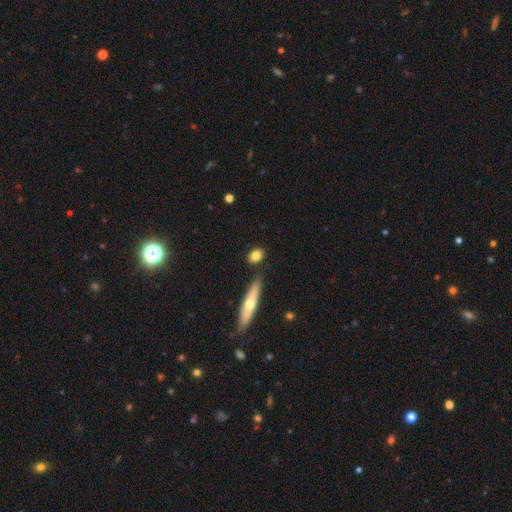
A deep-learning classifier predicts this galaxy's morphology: smooth-or-featured: smooth: 80% | featured or disk: 13% | star or artifact: 7%
  how-rounded: in between: 49% | round: 41% | cigar-shaped: 9%
  merging: none: 80% | minor disturbance: 11% | merger: 6% | major disturbance: 3%